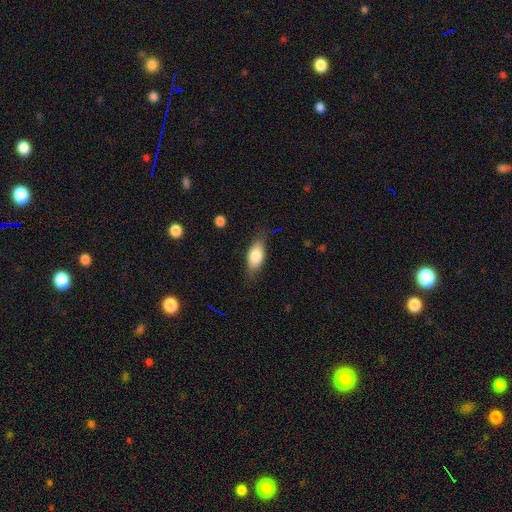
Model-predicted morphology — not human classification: Overall: smooth (79%). How rounded: in between (86%). Merging: none (76%).